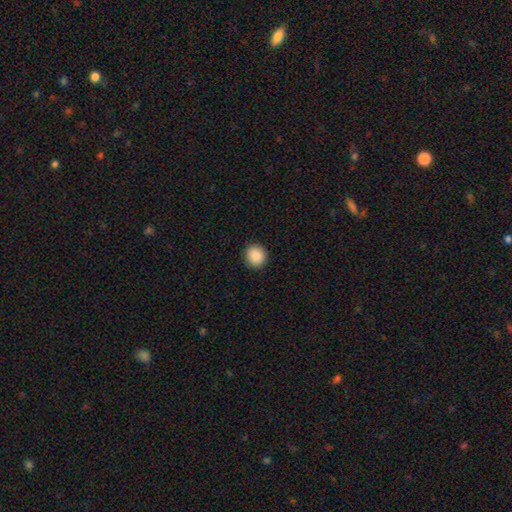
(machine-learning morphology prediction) Smooth or featured: smooth — 90% (star or artifact — 8%)
How rounded: round — 90% (in between — 9%)
Merging: none — 92% (minor disturbance — 5%)